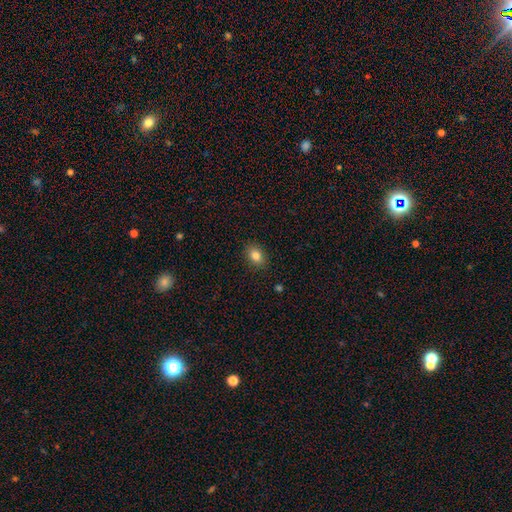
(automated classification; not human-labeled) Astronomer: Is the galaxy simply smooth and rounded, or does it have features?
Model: smooth — 84%.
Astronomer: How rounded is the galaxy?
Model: in between — 72%.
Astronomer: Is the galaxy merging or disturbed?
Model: none — 87%.